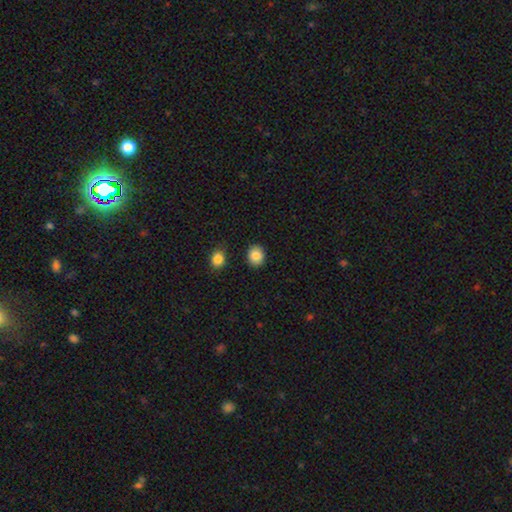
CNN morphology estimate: Smooth or featured? Predicted: smooth (p=0.86). How rounded? Predicted: round (p=0.65). Merging? Predicted: none (p=0.88).